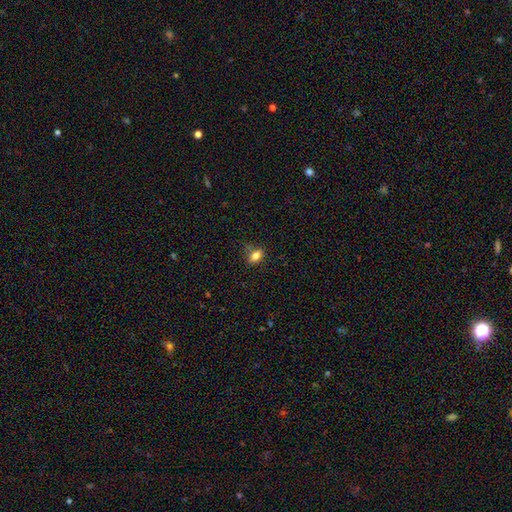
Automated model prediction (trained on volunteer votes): The model was most divided on "merging": none: 68%, minor disturbance: 23%, major disturbance: 6%, merger: 3%. More confident: smooth or featured — smooth (82%); how rounded — in between (78%).